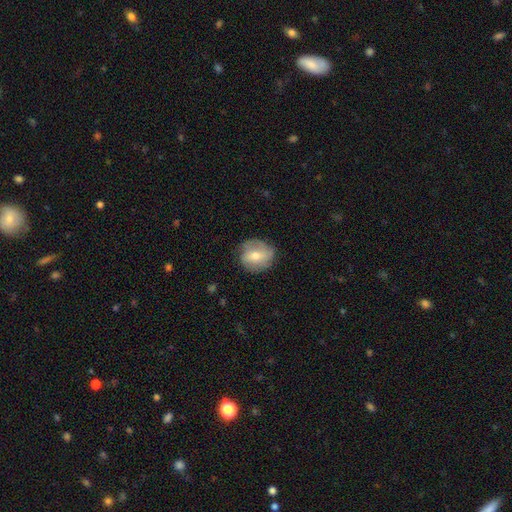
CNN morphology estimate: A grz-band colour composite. It shows a smooth galaxy with no disk features (52%) that is round (79%). Merging: none (74%).